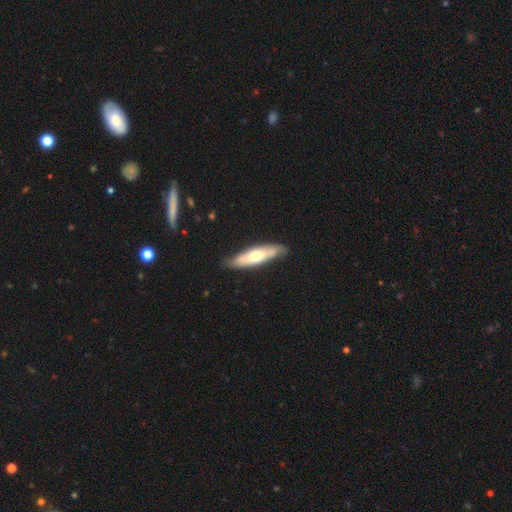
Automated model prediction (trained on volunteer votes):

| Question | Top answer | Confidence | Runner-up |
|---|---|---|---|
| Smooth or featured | smooth | 49% | featured or disk (46%) |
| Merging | none | 80% | minor disturbance (15%) |